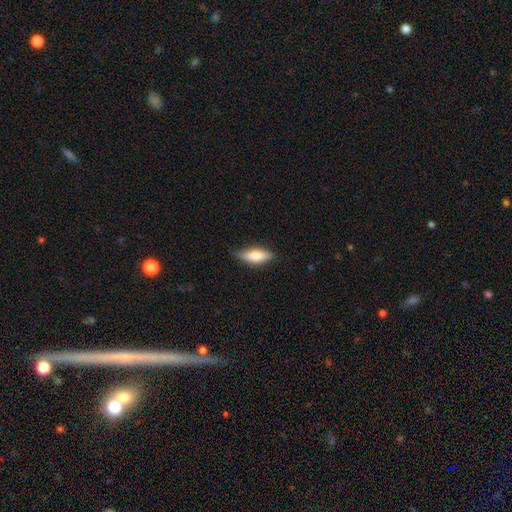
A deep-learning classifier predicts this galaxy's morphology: Smooth or featured? Predicted: smooth (p=0.73). How rounded? Predicted: in between (p=0.64). Merging? Predicted: none (p=0.79).